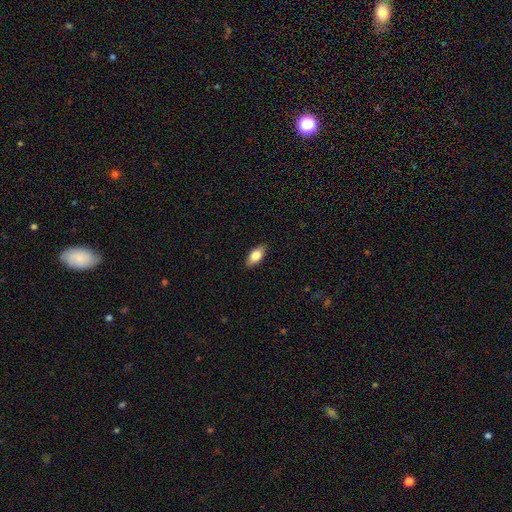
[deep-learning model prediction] Q: Smooth or featured?
A: smooth (83%); runner-up: featured or disk (11%)
Q: How rounded?
A: in between (90%); runner-up: cigar-shaped (7%)
Q: Merging?
A: none (88%); runner-up: minor disturbance (9%)